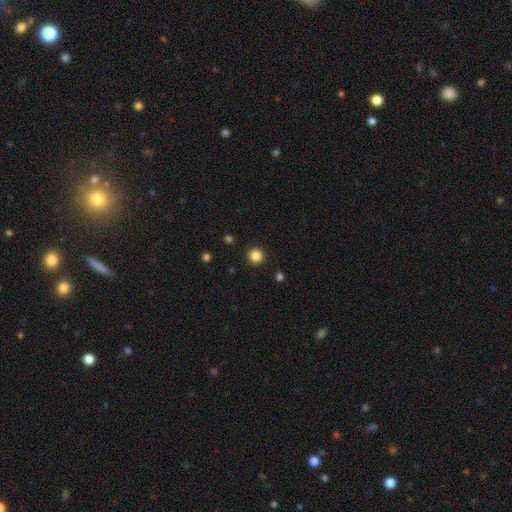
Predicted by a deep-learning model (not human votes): Q: Smooth or featured?
A: smooth (84%); runner-up: star or artifact (12%)
Q: How rounded?
A: round (96%); runner-up: in between (3%)
Q: Merging?
A: none (93%); runner-up: minor disturbance (4%)